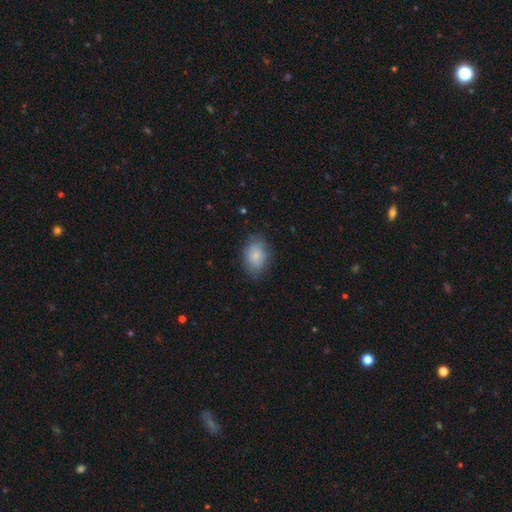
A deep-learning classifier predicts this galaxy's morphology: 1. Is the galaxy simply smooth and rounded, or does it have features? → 81% smooth, 12% featured or disk, 7% star or artifact.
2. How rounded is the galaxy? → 81% in between, 18% round, 1% cigar-shaped.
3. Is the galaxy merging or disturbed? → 77% none, 18% minor disturbance, 5% major disturbance, 1% merger.